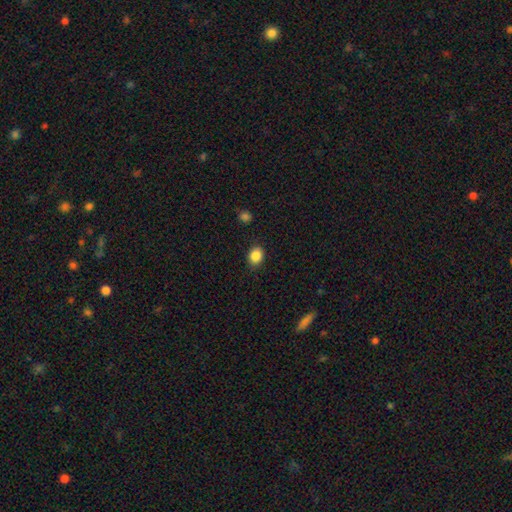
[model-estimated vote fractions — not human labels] This appears to be a smooth galaxy with no disk features (87%) that is round (54%). Merging: none (87%).